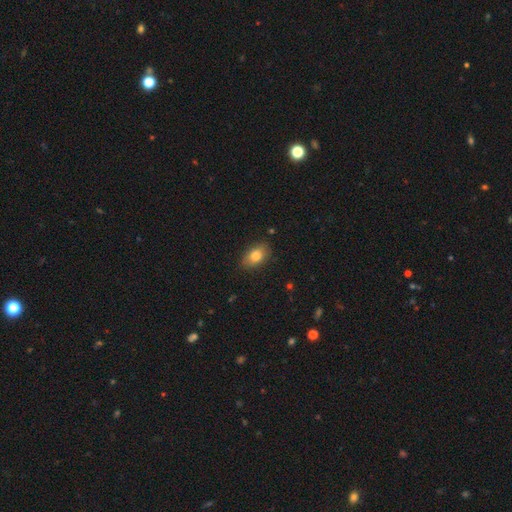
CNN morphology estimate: This appears to be a smooth galaxy with no disk features (82%) that is in between round and cigar-shaped (87%). Merging: none (83%).